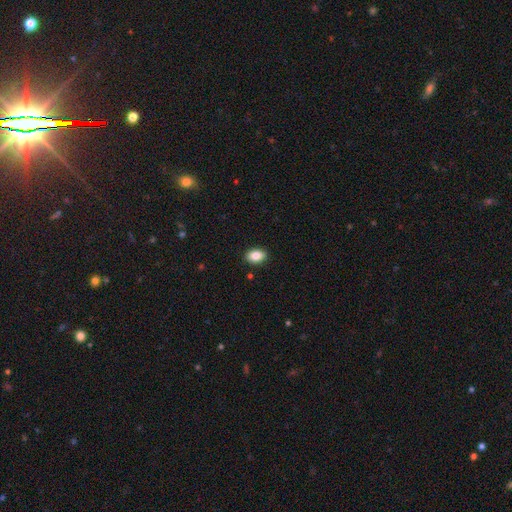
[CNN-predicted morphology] type=smooth (87%); roundness=in between (85%); merging=none (89%).